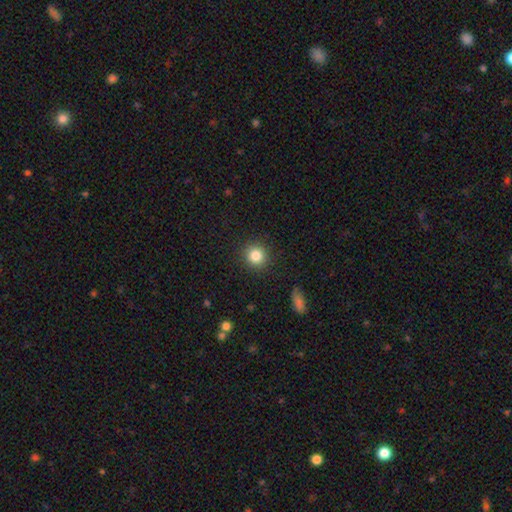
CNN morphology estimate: smooth-or-featured: smooth: 84% | star or artifact: 11% | featured or disk: 6%
  how-rounded: round: 92% | in between: 7% | cigar-shaped: 1%
  merging: none: 91% | minor disturbance: 6% | major disturbance: 2% | merger: 1%